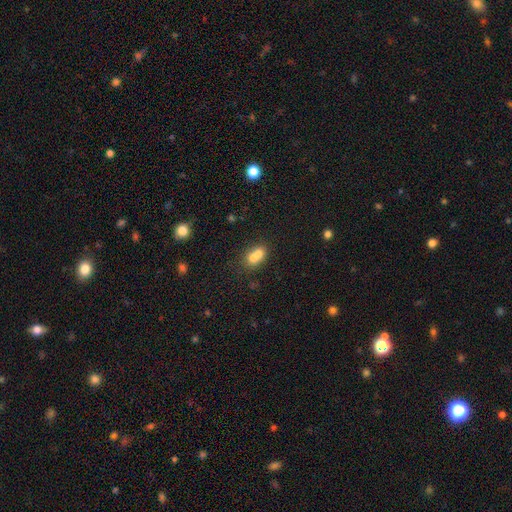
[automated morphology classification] The model was most divided on "how rounded": in between: 51%, round: 47%, cigar-shaped: 2%. More confident: smooth or featured — smooth (69%); merging — merger (68%).